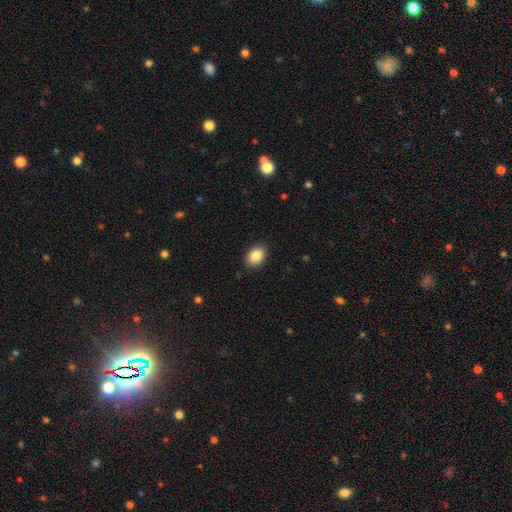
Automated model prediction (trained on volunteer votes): smooth-or-featured: smooth: 88% | star or artifact: 8% | featured or disk: 4%
  how-rounded: in between: 72% | round: 27% | cigar-shaped: 1%
  merging: none: 88% | minor disturbance: 8% | major disturbance: 2% | merger: 1%